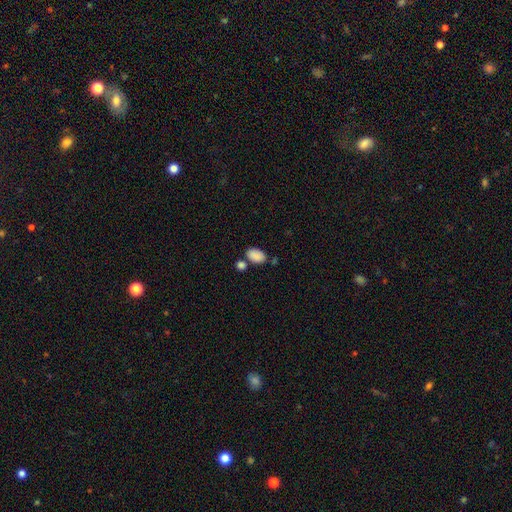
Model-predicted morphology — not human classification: smooth-or-featured: smooth: 87% | star or artifact: 8% | featured or disk: 5%
  how-rounded: in between: 91% | round: 8% | cigar-shaped: 1%
  merging: none: 62% | merger: 19% | minor disturbance: 14% | major disturbance: 4%